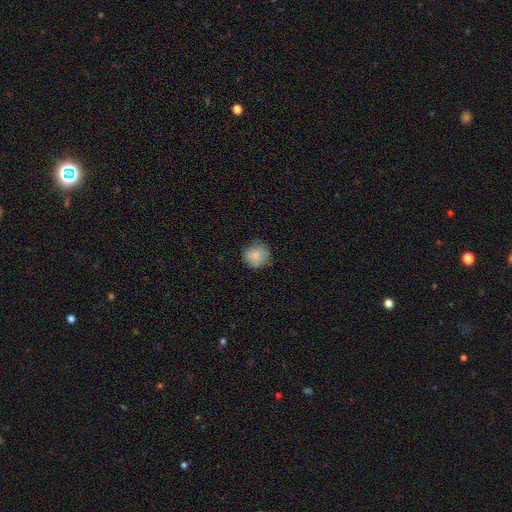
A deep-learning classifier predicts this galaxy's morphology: smooth 86%, star or artifact 8%, featured or disk 6%. Down the decision tree: how rounded — round (91%); merging — none (80%).